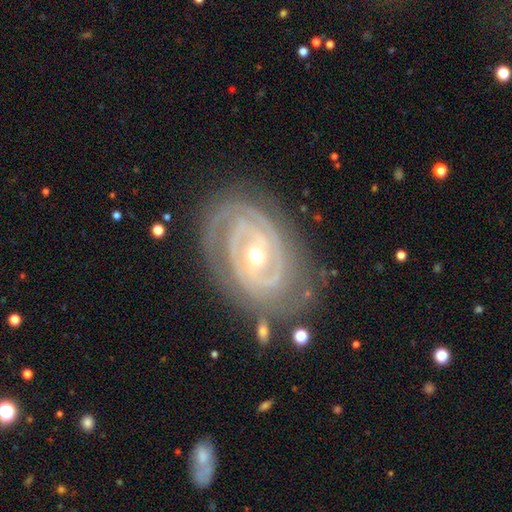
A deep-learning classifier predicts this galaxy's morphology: featured or disk 90%, smooth 6%, star or artifact 5%. Down the decision tree: edge-on disk — no (96%); bar — no (47%); spiral arms — yes (95%); spiral arm count — 2 (44%); spiral winding — tight (81%); bulge size — moderate (52%); merging — none (76%).